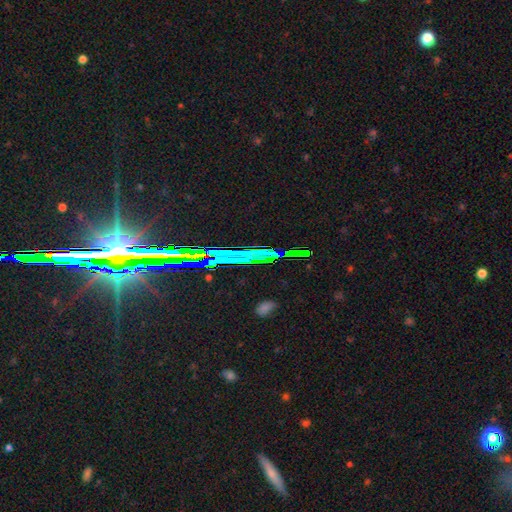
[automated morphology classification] This appears to be a star or artifact, not a galaxy (75%).